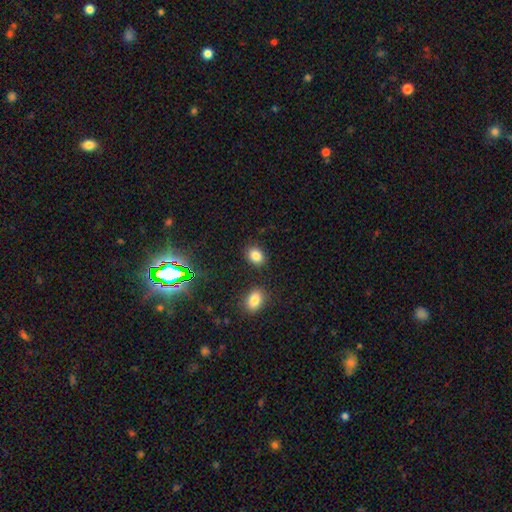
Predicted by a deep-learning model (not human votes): smooth 83%, star or artifact 12%, featured or disk 5%. Down the decision tree: how rounded — in between (62%); merging — none (83%).